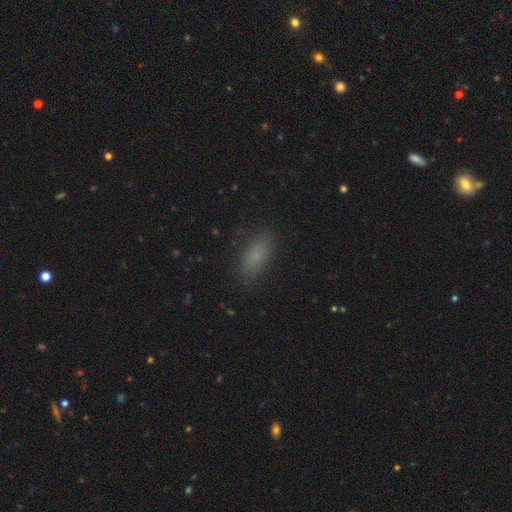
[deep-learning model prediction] smooth 81%, star or artifact 12%, featured or disk 7%. Down the decision tree: how rounded — in between (86%); merging — none (83%).